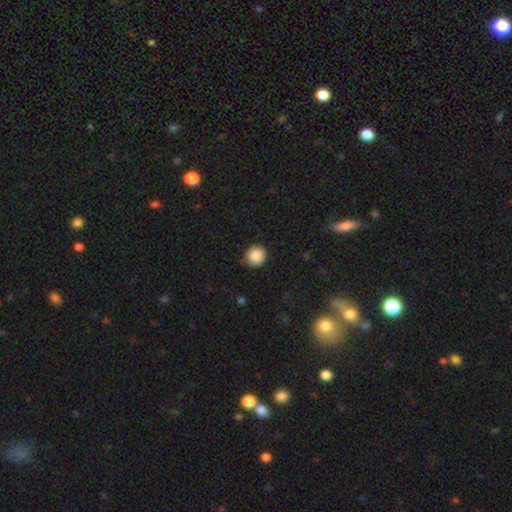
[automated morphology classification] The model was most divided on "merging": none: 87%, minor disturbance: 9%, major disturbance: 2%, merger: 1%. More confident: how rounded — round (95%); smooth or featured — smooth (88%).